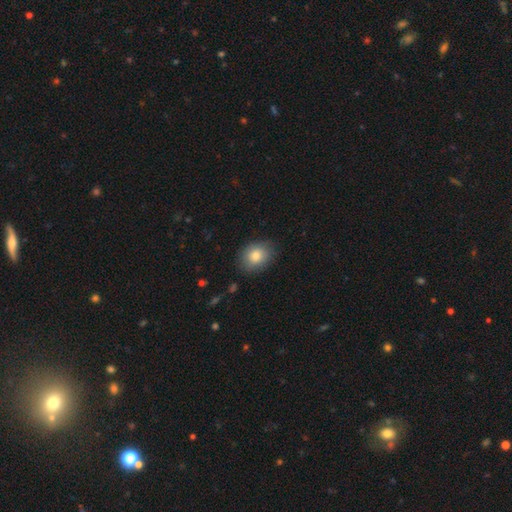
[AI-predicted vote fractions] Morphology: type=smooth (79%); roundness=in between (55%); merging=none (79%).